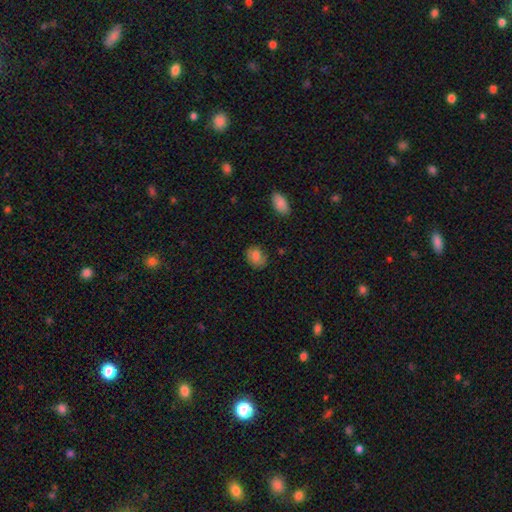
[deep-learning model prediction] smooth 79%, featured or disk 12%, star or artifact 9%. Down the decision tree: how rounded — in between (51%); merging — none (74%).